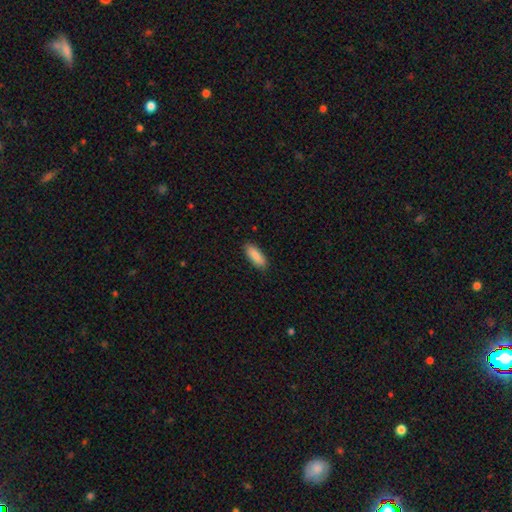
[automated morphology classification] Smooth or featured? Predicted: smooth (p=0.88). How rounded? Predicted: in between (p=0.74). Merging? Predicted: none (p=0.87).